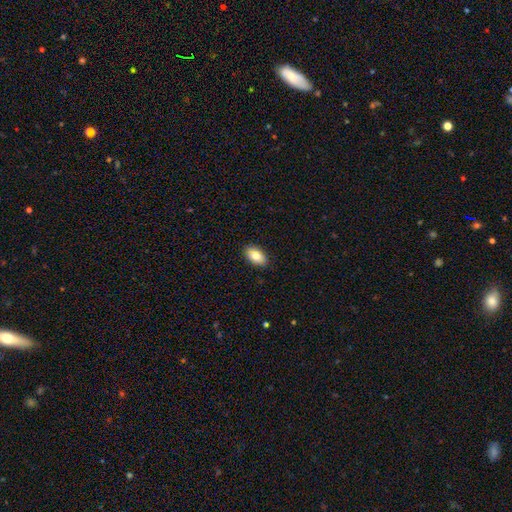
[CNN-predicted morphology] Smooth or featured? Predicted: smooth (p=0.82). How rounded? Predicted: in between (p=0.92). Merging? Predicted: none (p=0.88).